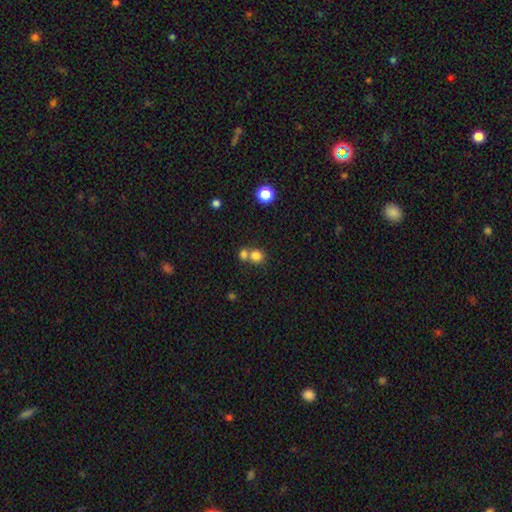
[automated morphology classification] The model was most divided on "merging": none: 47%, merger: 44%, minor disturbance: 6%, major disturbance: 3%. More confident: how rounded — round (83%); smooth or featured — smooth (80%).